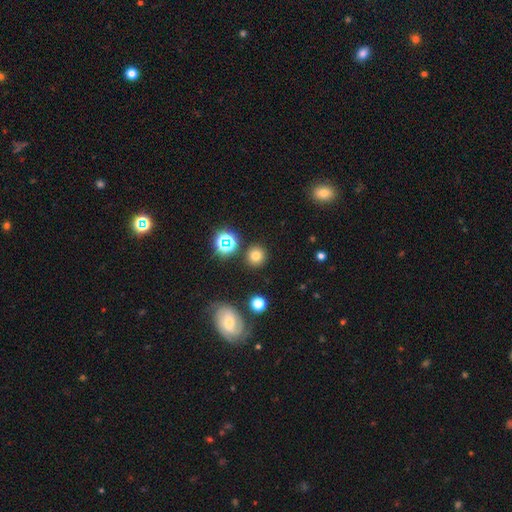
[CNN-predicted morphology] Smooth or featured? smooth (73%)
How rounded? round (90%)
Merging? none (87%)